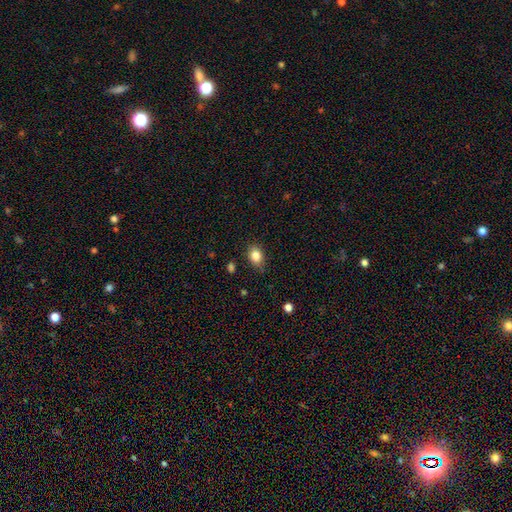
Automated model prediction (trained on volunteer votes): smooth_or_featured: smooth (p=0.84) [alt: star or artifact p=0.09]
how_rounded: in between (p=0.69) [alt: round p=0.29]
merging: none (p=0.80) [alt: minor disturbance p=0.15]